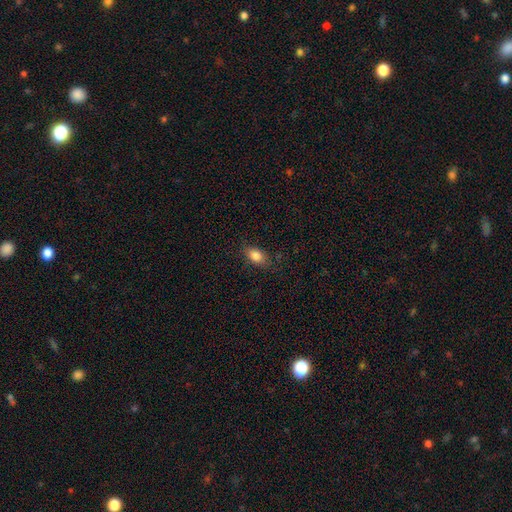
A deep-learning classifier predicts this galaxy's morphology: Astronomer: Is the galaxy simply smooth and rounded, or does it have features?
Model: smooth — 84%.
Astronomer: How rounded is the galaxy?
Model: in between — 84%.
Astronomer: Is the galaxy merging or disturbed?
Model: none — 79%.